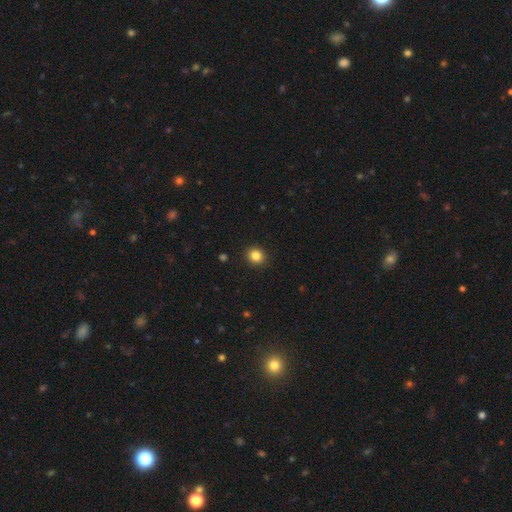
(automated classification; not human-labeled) Smooth or featured? smooth (84%)
How rounded? round (81%)
Merging? none (91%)